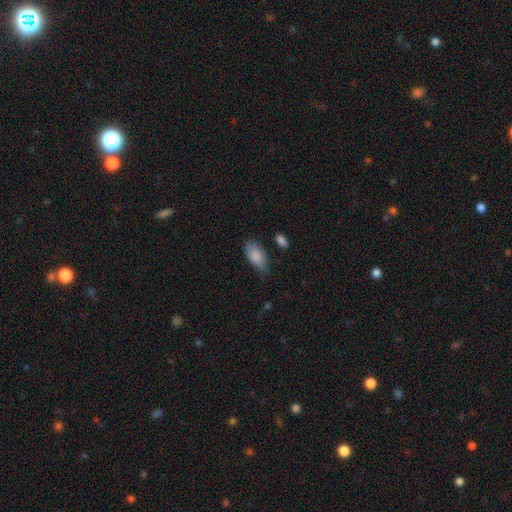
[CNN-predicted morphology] smooth-or-featured: smooth: 85% | featured or disk: 9% | star or artifact: 6%
  how-rounded: in between: 92% | cigar-shaped: 5% | round: 2%
  merging: none: 65% | minor disturbance: 27% | major disturbance: 5% | merger: 3%